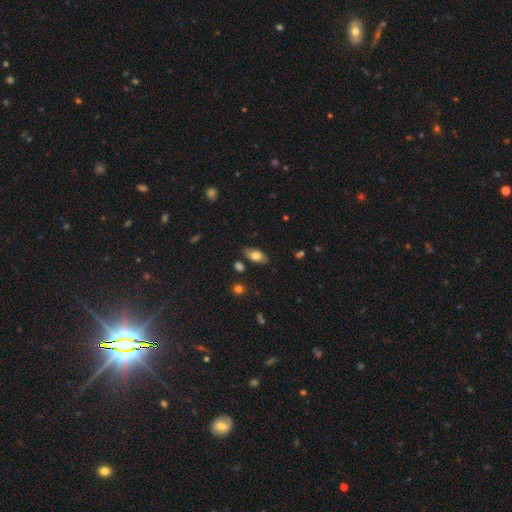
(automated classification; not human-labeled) A smooth galaxy with no disk features (75%) that is in between round and cigar-shaped (90%).

Vote fractions:
- Smooth or featured? smooth: 75% / featured or disk: 18% / star or artifact: 7%
- How rounded? in between: 90% / cigar-shaped: 5% / round: 4%
- Merging? none: 83% / minor disturbance: 12% / merger: 3% / major disturbance: 3%